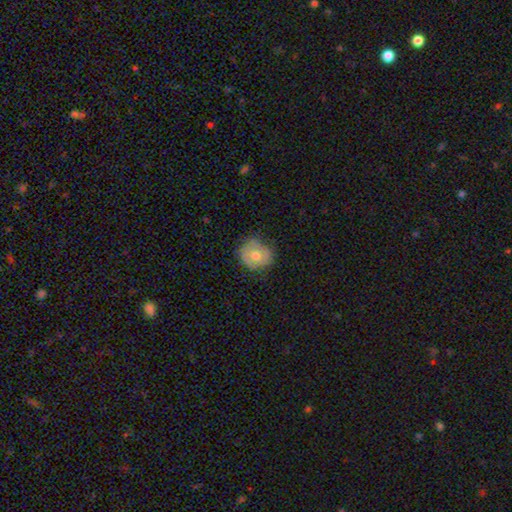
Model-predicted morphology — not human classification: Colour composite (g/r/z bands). It shows a smooth galaxy with no disk features (64%) that is round (79%). Merging: none (68%).